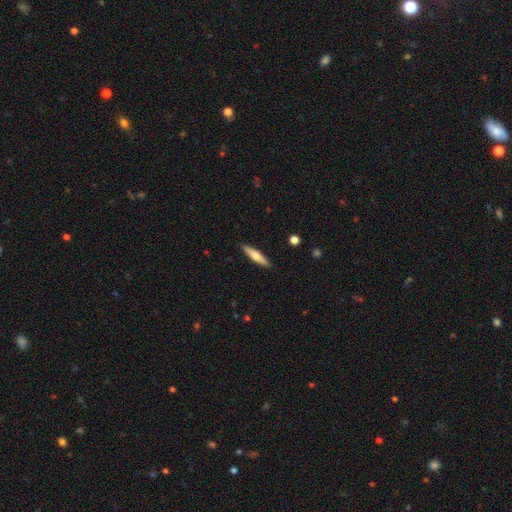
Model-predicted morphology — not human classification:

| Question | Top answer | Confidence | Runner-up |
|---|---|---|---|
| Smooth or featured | smooth | 53% | featured or disk (41%) |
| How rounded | cigar-shaped | 81% | in between (18%) |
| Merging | none | 90% | minor disturbance (7%) |